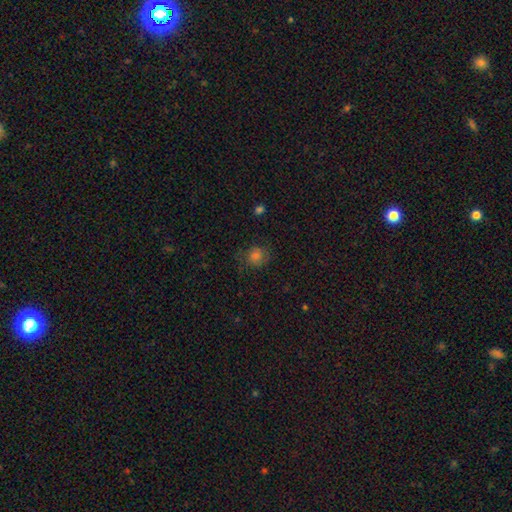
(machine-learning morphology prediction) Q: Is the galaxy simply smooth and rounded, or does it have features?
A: smooth — 70%.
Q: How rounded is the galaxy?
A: round — 84%.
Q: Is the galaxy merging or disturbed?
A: none — 73%.